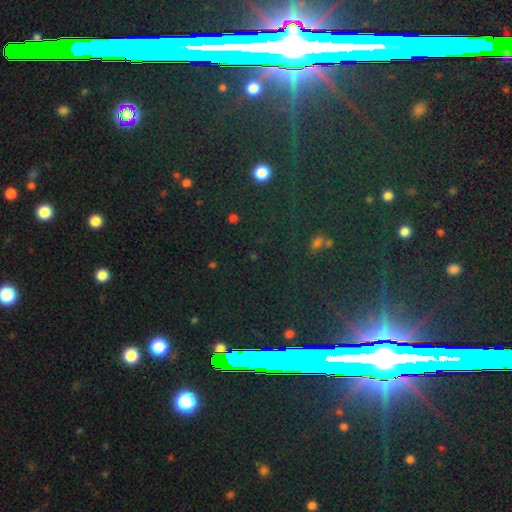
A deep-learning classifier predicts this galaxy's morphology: Smooth or featured: star or artifact — 80% (smooth — 10%)